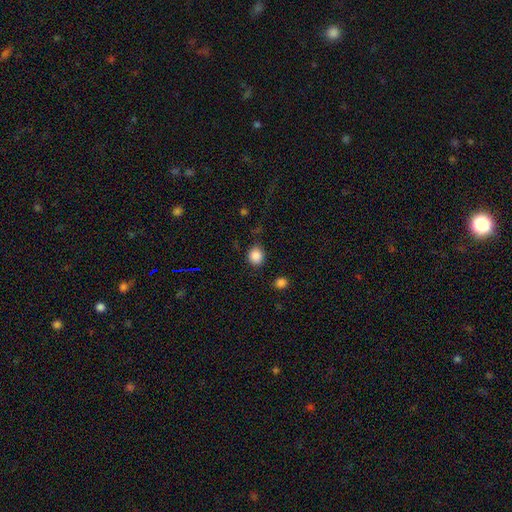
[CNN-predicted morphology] A smooth galaxy with no disk features (87%) that is round (76%). Merging: none (84%).